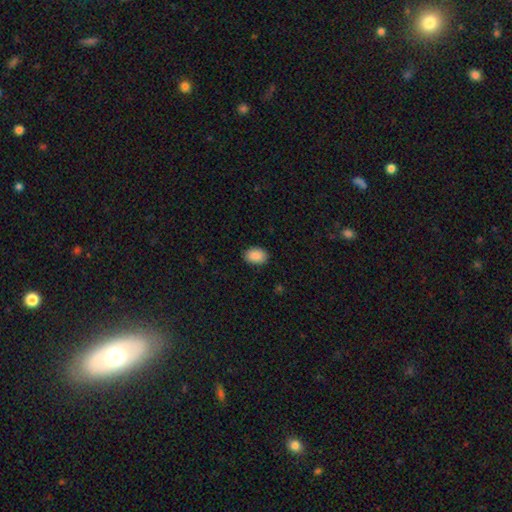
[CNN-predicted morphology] This is clearly a smooth galaxy (90%). How rounded: clearly in between (83%). Merging: clearly none (88%).